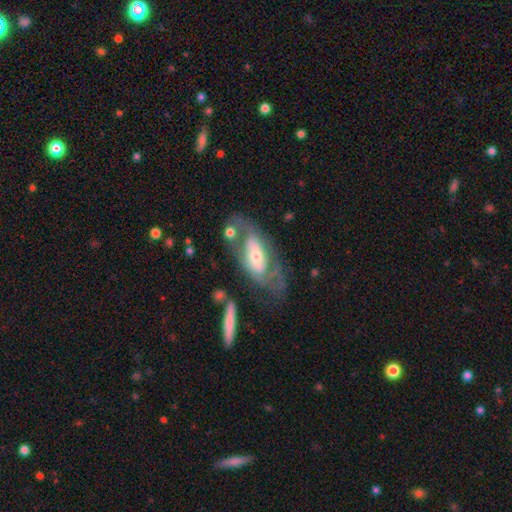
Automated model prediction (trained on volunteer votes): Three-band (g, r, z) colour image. It shows a featured or disk galaxy (63%) with no bar (65%), spiral arms (56%) and a moderate central bulge (44%, tied with small). Merging: none (45%).